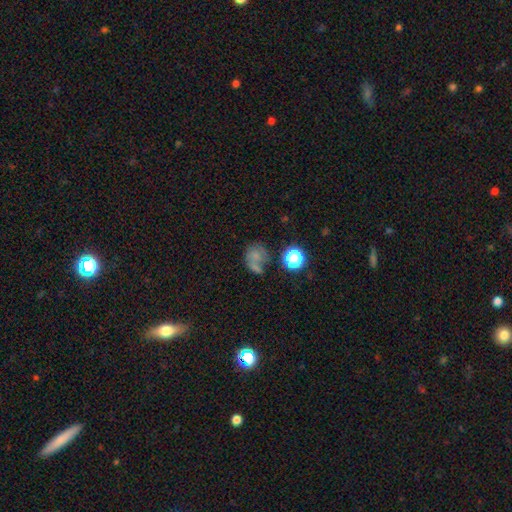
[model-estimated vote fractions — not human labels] Overall: smooth (58%; featured or disk 22%). How rounded: round (69%; in between 29%). Merging: none (38%; merger 23%).